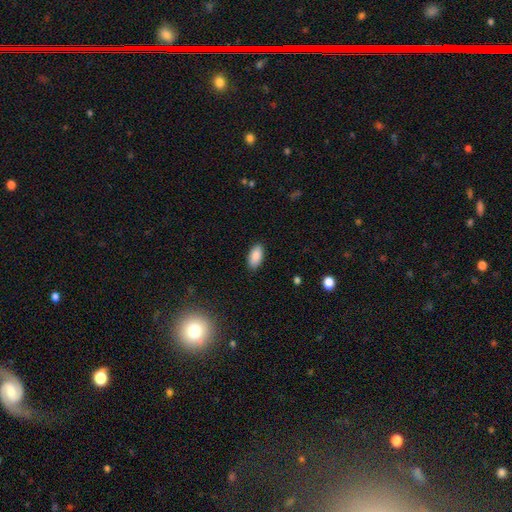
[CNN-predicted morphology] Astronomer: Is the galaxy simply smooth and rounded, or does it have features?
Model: smooth — 89%.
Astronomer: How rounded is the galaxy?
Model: in between — 93%.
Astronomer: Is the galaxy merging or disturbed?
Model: none — 88%.